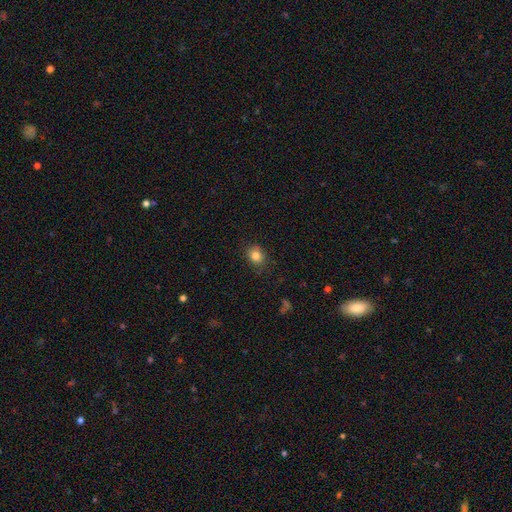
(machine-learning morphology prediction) Q: Smooth or featured?
A: smooth (83%); runner-up: star or artifact (11%)
Q: How rounded?
A: round (68%); runner-up: in between (31%)
Q: Merging?
A: none (83%); runner-up: minor disturbance (13%)